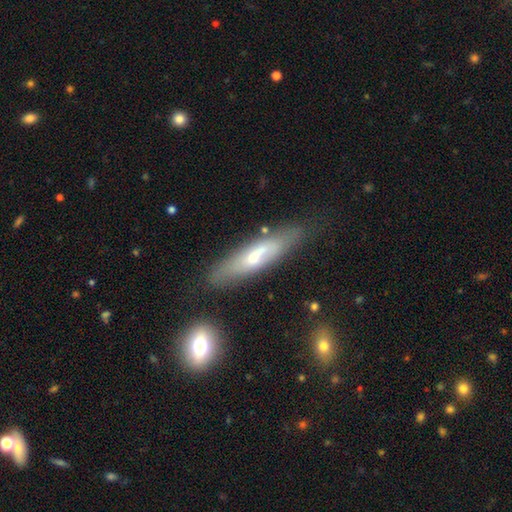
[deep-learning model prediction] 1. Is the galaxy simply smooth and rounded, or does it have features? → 47% featured or disk, 45% smooth, 8% star or artifact.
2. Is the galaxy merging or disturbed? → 67% none, 20% minor disturbance, 7% major disturbance, 5% merger.